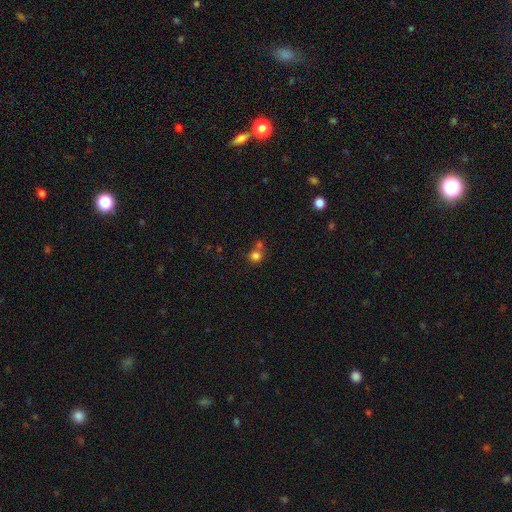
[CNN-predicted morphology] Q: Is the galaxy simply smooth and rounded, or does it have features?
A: smooth — 79%.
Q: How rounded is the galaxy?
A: round — 87%.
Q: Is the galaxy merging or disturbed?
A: none — 53%.